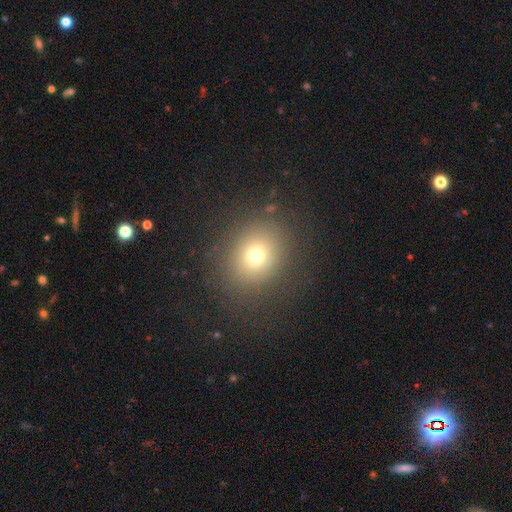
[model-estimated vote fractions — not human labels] Smooth or featured?
  - smooth: 70% *
  - star or artifact: 18%
  - featured or disk: 12%
How rounded?
  - round: 70% *
  - in between: 30%
  - cigar-shaped: 1%
Merging?
  - none: 83% *
  - minor disturbance: 9%
  - major disturbance: 7%
  - merger: 1%